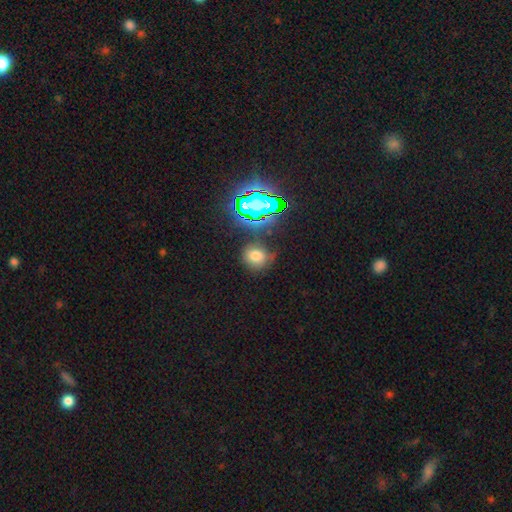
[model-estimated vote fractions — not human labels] This appears to be a smooth galaxy with no disk features (64%) that is round (77%). Merging: none (75%).